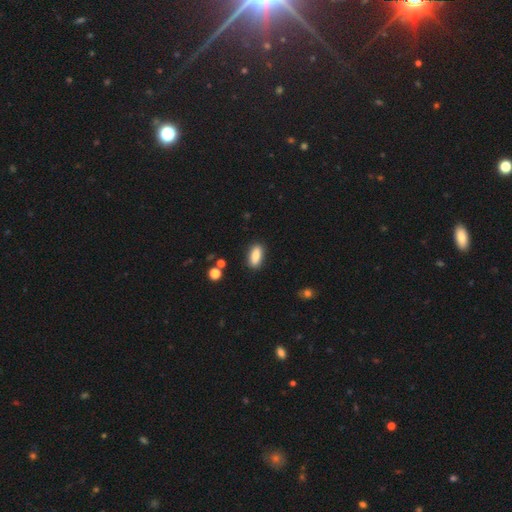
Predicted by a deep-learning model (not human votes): A smooth galaxy with no disk features (85%) that is in between round and cigar-shaped (77%).

Vote fractions:
- Smooth or featured? smooth: 85% / featured or disk: 8% / star or artifact: 7%
- How rounded? in between: 77% / cigar-shaped: 20% / round: 3%
- Merging? none: 87% / minor disturbance: 9% / major disturbance: 2% / merger: 2%